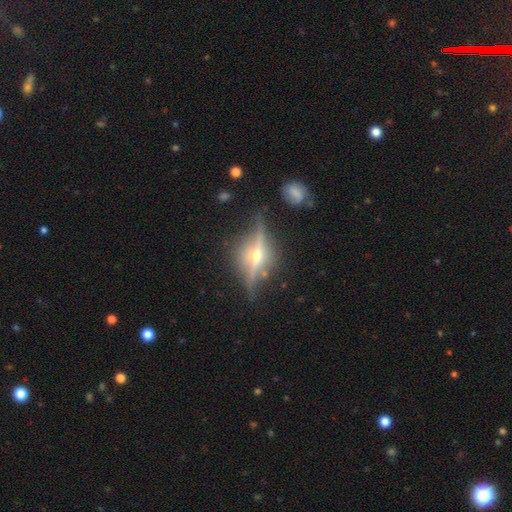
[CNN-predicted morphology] Smooth or featured: featured or disk — 84% (star or artifact — 9%)
Edge-on disk: yes — 93% (no — 7%)
Edge-on bulge: rounded — 94% (boxy — 4%)
Merging: none — 79% (minor disturbance — 14%)